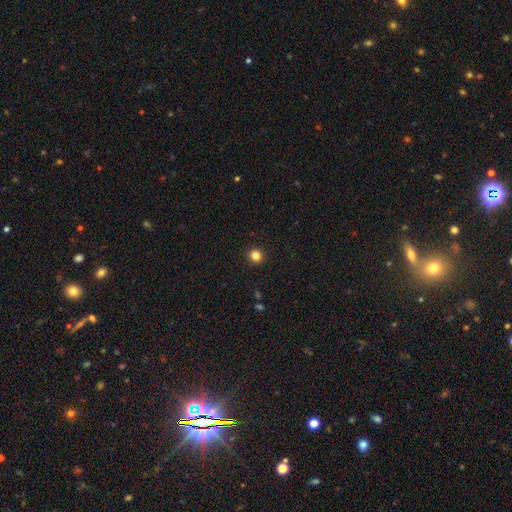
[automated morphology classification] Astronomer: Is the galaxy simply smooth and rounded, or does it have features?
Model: smooth — 83%.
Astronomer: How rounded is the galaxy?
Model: round — 93%.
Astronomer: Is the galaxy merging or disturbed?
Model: none — 93%.